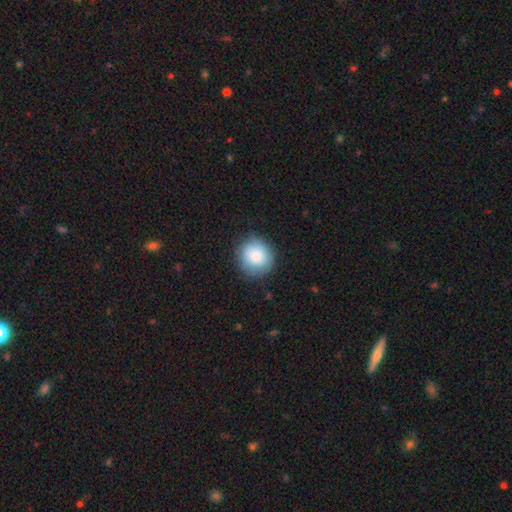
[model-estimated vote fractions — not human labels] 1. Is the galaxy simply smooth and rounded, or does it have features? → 85% smooth, 8% featured or disk, 8% star or artifact.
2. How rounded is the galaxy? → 89% round, 10% in between, 1% cigar-shaped.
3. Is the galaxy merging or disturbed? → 82% none, 14% minor disturbance, 3% major disturbance, 1% merger.